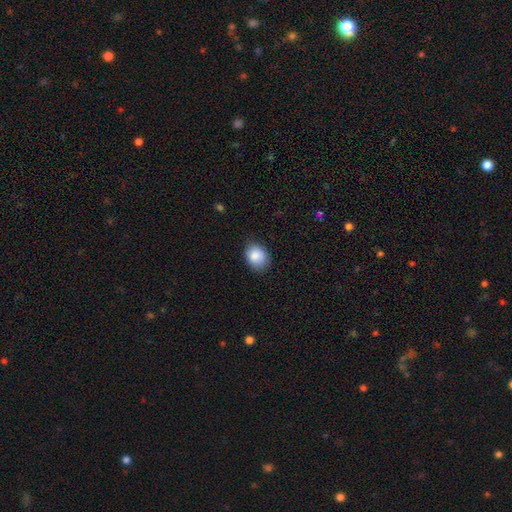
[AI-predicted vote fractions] A smooth galaxy with no disk features (87%) that is in between round and cigar-shaped (59%).

Vote fractions:
- Smooth or featured? smooth: 87% / star or artifact: 8% / featured or disk: 5%
- How rounded? in between: 59% / round: 40% / cigar-shaped: 1%
- Merging? none: 78% / minor disturbance: 18% / major disturbance: 3% / merger: 1%